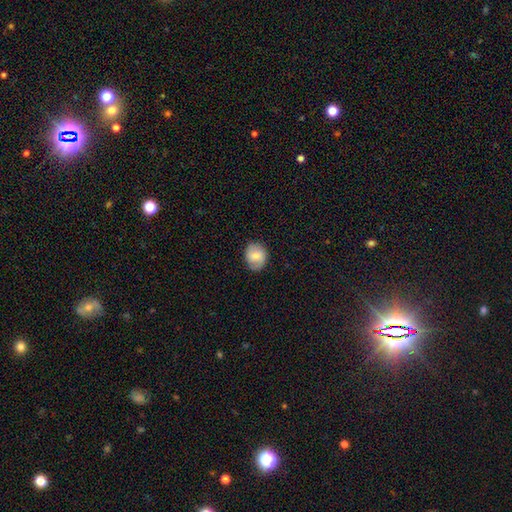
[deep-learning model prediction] smooth-or-featured: smooth: 65% | featured or disk: 27% | star or artifact: 8%
  how-rounded: round: 57% | in between: 42% | cigar-shaped: 1%
  merging: none: 76% | minor disturbance: 19% | major disturbance: 4% | merger: 1%